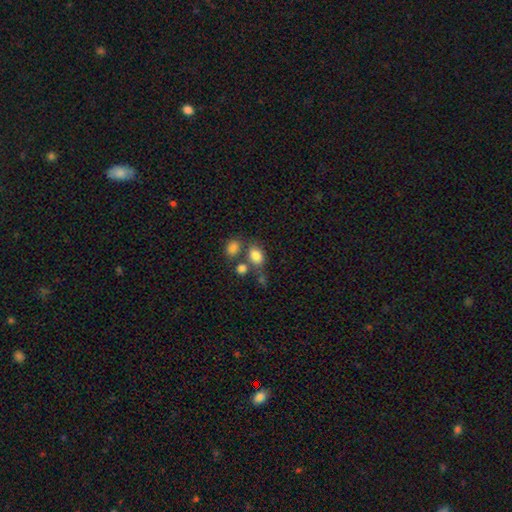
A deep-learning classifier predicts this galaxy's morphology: type=smooth (80%); roundness=in between (68%); merging=none (51%).